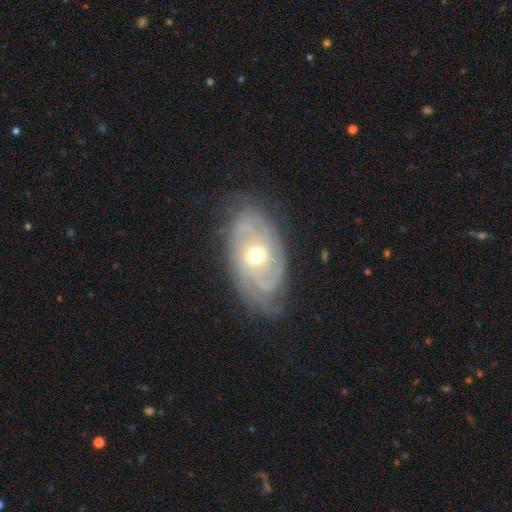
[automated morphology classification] Smooth or featured? Predicted: featured or disk (p=0.86). Edge-on disk? Predicted: no (p=0.95). Bar? Predicted: no (p=0.71). Spiral arms? Predicted: yes (p=0.96). Spiral winding? Predicted: tight (p=0.72). Spiral arm count? Predicted: can't tell (p=0.29). Bulge size? Predicted: moderate (p=0.60). Merging? Predicted: none (p=0.75).